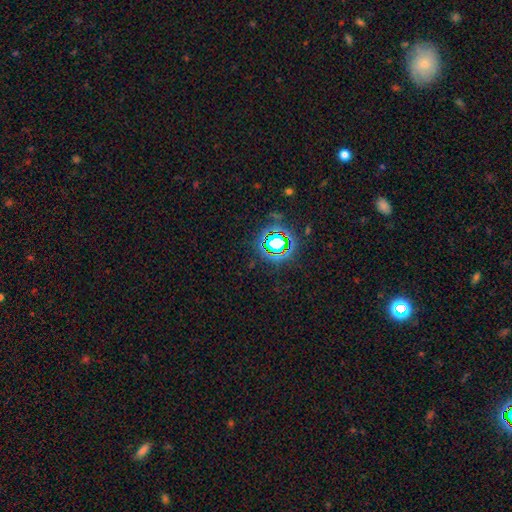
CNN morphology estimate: Smooth or featured? star or artifact (77%)